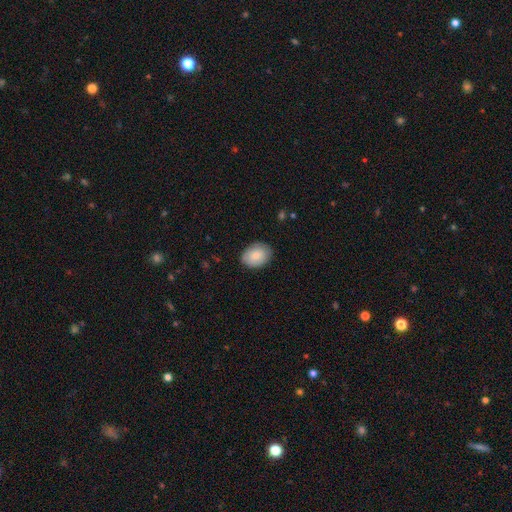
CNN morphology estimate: Smooth or featured: smooth — 82% (featured or disk — 11%)
How rounded: in between — 71% (round — 29%)
Merging: none — 84% (minor disturbance — 13%)